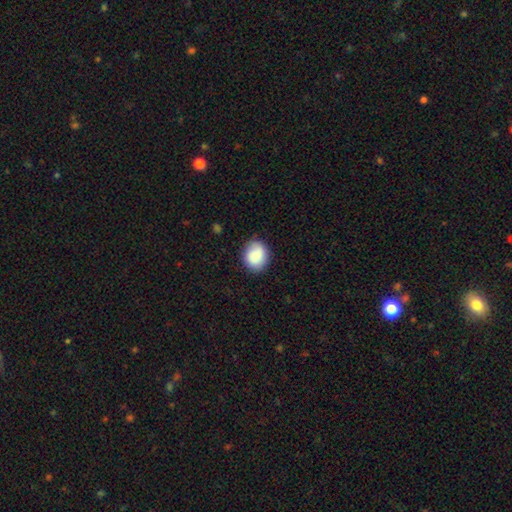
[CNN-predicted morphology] Smooth or featured?
  - smooth: 87% *
  - star or artifact: 7%
  - featured or disk: 6%
How rounded?
  - round: 60% *
  - in between: 39%
  - cigar-shaped: 1%
Merging?
  - none: 81% *
  - minor disturbance: 15%
  - major disturbance: 3%
  - merger: 1%